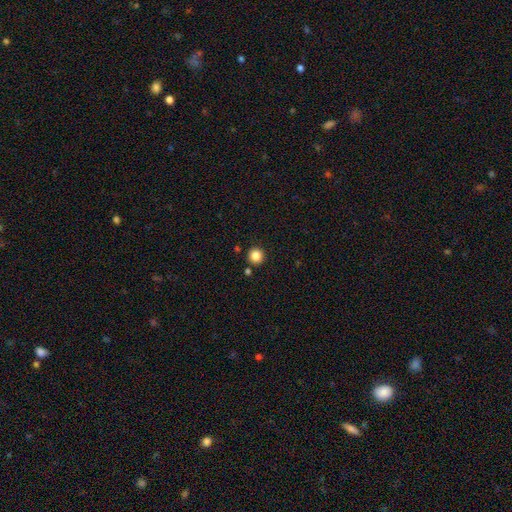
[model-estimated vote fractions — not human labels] smooth-or-featured: smooth: 85% | star or artifact: 11% | featured or disk: 4%
  how-rounded: round: 95% | in between: 4% | cigar-shaped: 1%
  merging: none: 89% | minor disturbance: 5% | merger: 4% | major disturbance: 2%